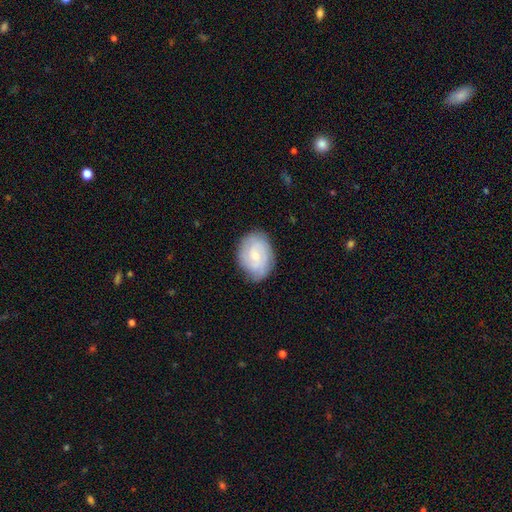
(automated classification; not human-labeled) A featured or disk galaxy (49%).

Vote fractions:
- Smooth or featured? featured or disk: 49% / smooth: 45% / star or artifact: 7%
- Merging? none: 76% / minor disturbance: 18% / major disturbance: 4% / merger: 1%